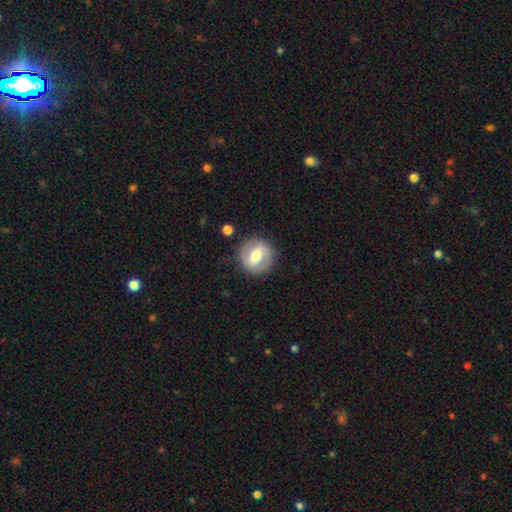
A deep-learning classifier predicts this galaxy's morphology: Smooth or featured? featured or disk (53%)
Edge-on disk? no (94%)
Merging? none (85%)